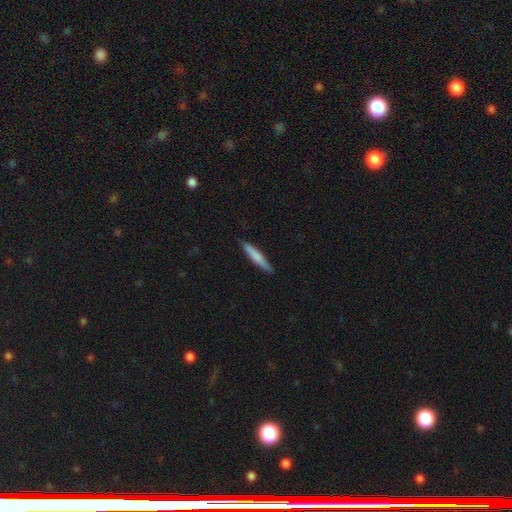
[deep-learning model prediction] This is likely a smooth galaxy (71%). How rounded: clearly cigar-shaped (92%). Merging: clearly none (89%).